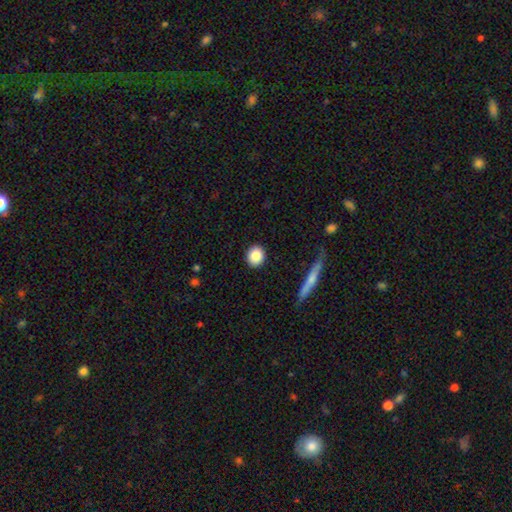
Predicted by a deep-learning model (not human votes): Overall: smooth (86%). How rounded: round (74%). Merging: none (91%).